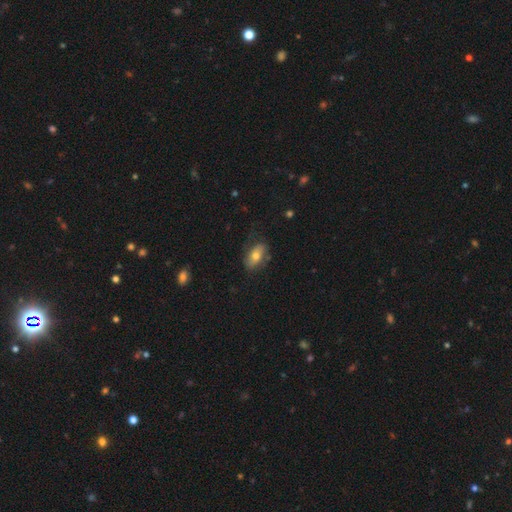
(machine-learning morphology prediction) A smooth galaxy with no disk features (58%) that is in between round and cigar-shaped (87%).

Vote fractions:
- Smooth or featured? smooth: 58% / featured or disk: 34% / star or artifact: 8%
- How rounded? in between: 87% / cigar-shaped: 7% / round: 6%
- Merging? none: 66% / minor disturbance: 22% / major disturbance: 10% / merger: 2%